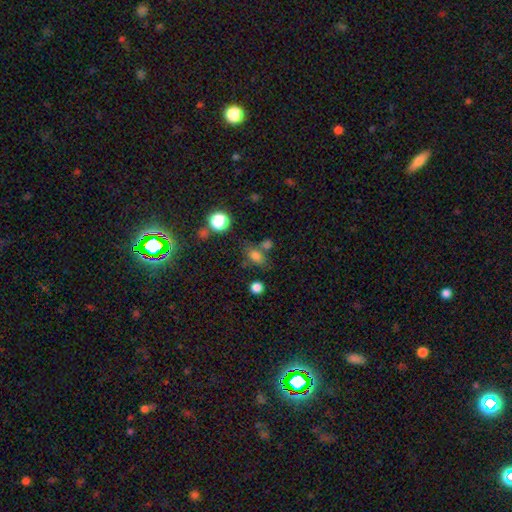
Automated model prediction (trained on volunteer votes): This is likely a smooth galaxy (76%). How rounded: likely in between (69%). Merging: likely none (61%).